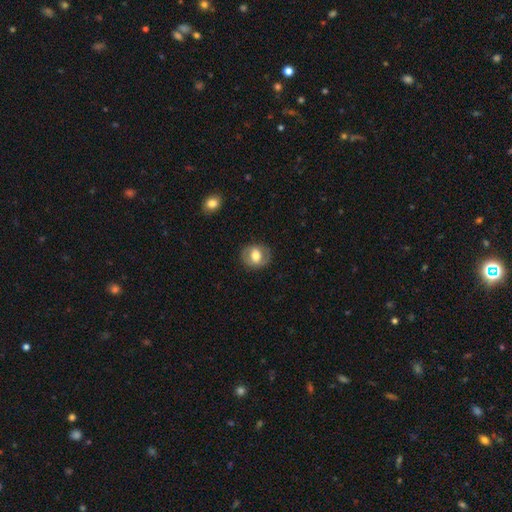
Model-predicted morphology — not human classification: This appears to be a smooth galaxy with no disk features (57%) that is round (64%). Merging: none (82%).